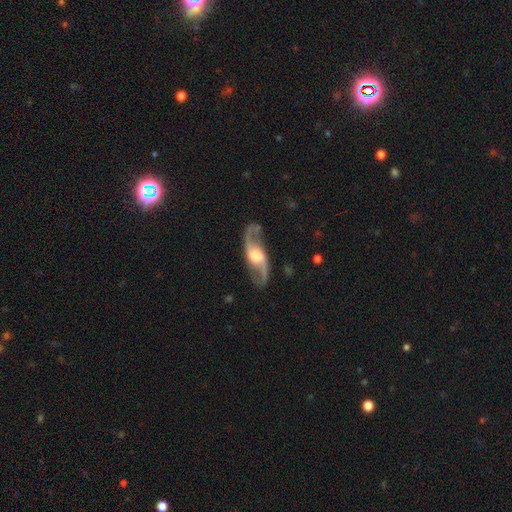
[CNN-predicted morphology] smooth_or_featured: featured or disk (p=0.89) [alt: smooth p=0.06]
disk_edge_on: no (p=0.92) [alt: yes p=0.08]
bar: no (p=0.45) [alt: weak p=0.39]
has_spiral_arms: yes (p=0.96) [alt: no p=0.04]
spiral_winding: loose (p=0.60) [alt: medium p=0.34]
spiral_arm_count: 2 (p=0.94) [alt: can't tell p=0.02]
bulge_size: large (p=0.40) [alt: moderate p=0.39]
merging: none (p=0.83) [alt: minor disturbance p=0.11]